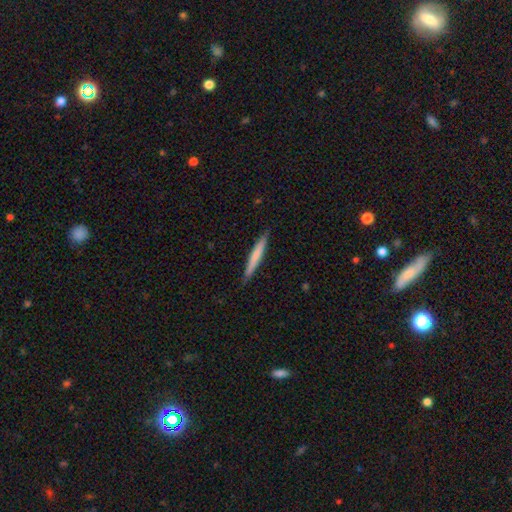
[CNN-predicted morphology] This appears to be a smooth galaxy with no disk features (64%) that is cigar-shaped (96%). Merging: none (89%).